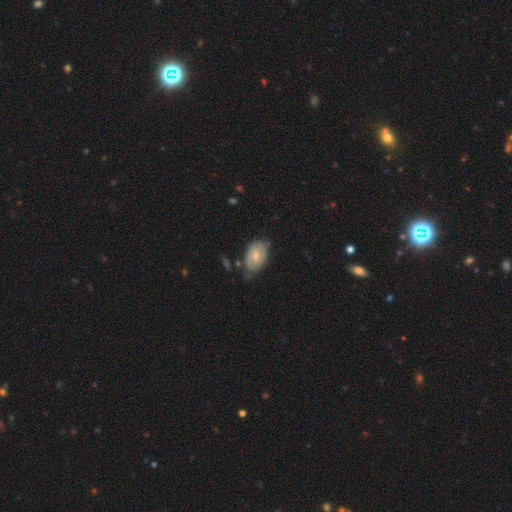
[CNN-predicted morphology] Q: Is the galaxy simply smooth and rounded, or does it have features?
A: smooth — 58%.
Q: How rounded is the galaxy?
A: in between — 88%.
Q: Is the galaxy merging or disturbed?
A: none — 59%.